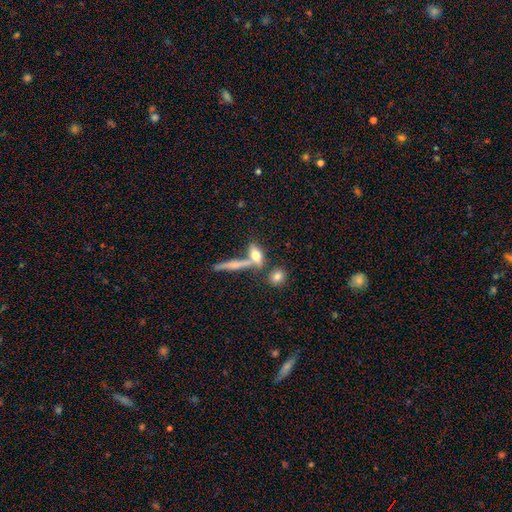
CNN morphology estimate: The model was most divided on "merging": none: 53%, merger: 30%, minor disturbance: 12%, major disturbance: 6%. More confident: smooth or featured — smooth (65%); how rounded — in between (58%).